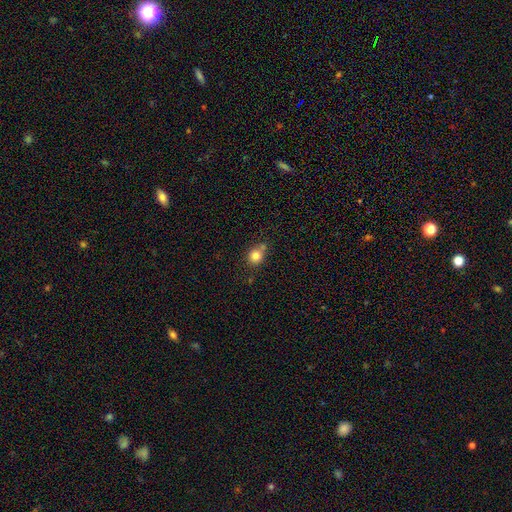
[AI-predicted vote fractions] Smooth or featured? smooth (82%)
How rounded? round (75%)
Merging? none (61%)